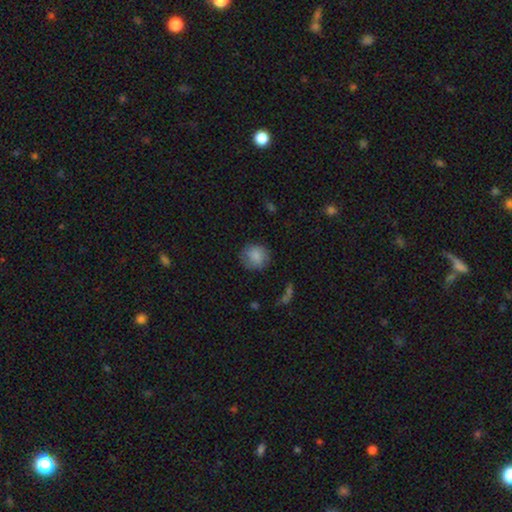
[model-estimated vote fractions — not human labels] smooth_or_featured: smooth (p=0.81) [alt: featured or disk p=0.11]
how_rounded: round (p=0.85) [alt: in between p=0.14]
merging: none (p=0.76) [alt: minor disturbance p=0.17]